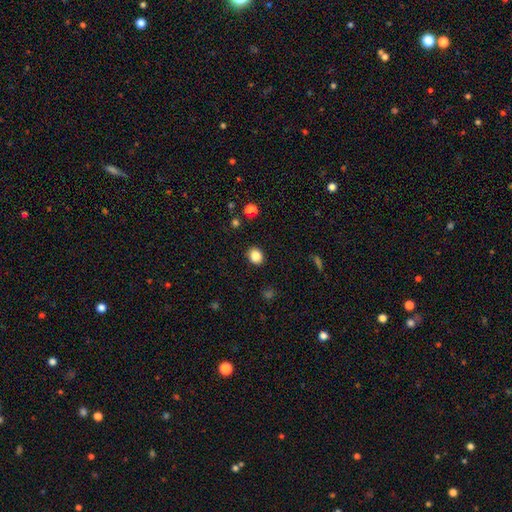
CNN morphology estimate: smooth-or-featured: smooth: 86% | star or artifact: 10% | featured or disk: 4%
  how-rounded: round: 65% | in between: 34% | cigar-shaped: 1%
  merging: none: 90% | minor disturbance: 7% | major disturbance: 2% | merger: 1%